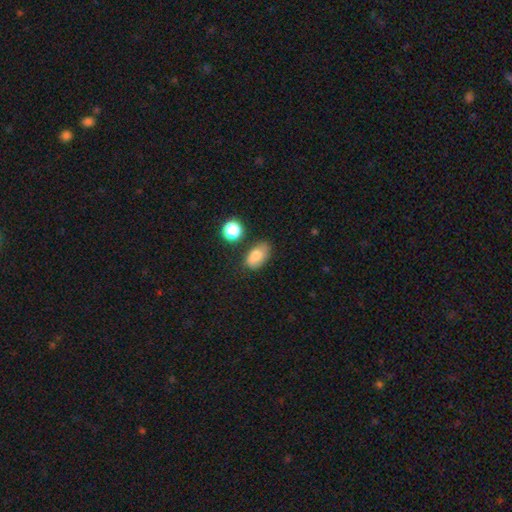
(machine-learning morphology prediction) A smooth galaxy with no disk features (74%) that is in between round and cigar-shaped (87%).

Vote fractions:
- Smooth or featured? smooth: 74% / featured or disk: 16% / star or artifact: 10%
- How rounded? in between: 87% / round: 11% / cigar-shaped: 2%
- Merging? none: 63% / minor disturbance: 24% / merger: 7% / major disturbance: 6%